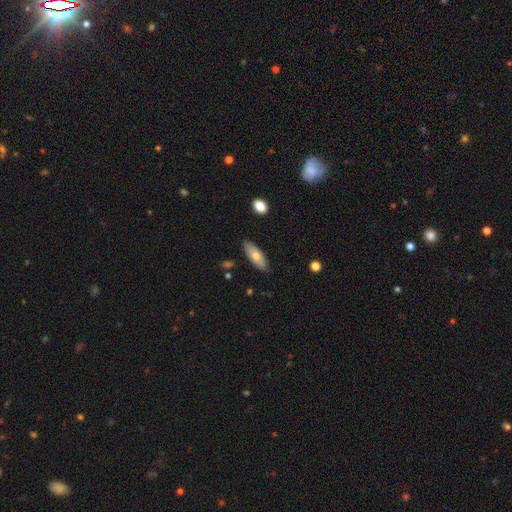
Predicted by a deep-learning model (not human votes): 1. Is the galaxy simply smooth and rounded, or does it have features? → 69% smooth, 24% featured or disk, 6% star or artifact.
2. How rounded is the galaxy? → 72% in between, 26% cigar-shaped, 2% round.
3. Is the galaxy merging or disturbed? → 86% none, 11% minor disturbance, 2% major disturbance, 1% merger.